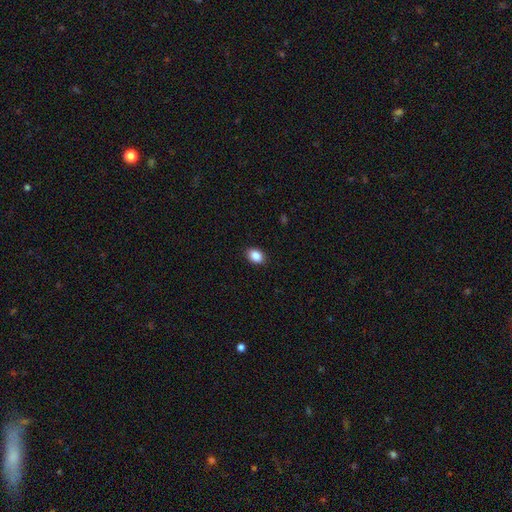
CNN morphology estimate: A smooth galaxy with no disk features (88%) that is in between round and cigar-shaped (76%). Merging: none (90%).